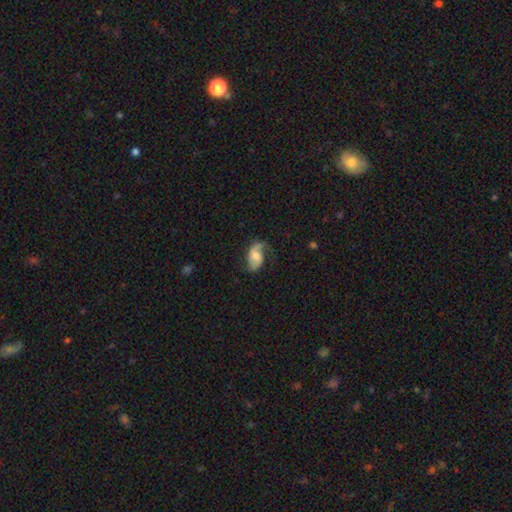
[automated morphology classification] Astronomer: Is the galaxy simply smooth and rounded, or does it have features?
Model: featured or disk — 68%.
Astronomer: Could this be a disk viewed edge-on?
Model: no — 96%.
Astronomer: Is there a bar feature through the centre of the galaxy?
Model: no — 51% (runner-up: weak, 37%).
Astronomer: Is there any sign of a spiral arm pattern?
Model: yes — 91%.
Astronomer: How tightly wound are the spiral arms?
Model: loose — 52% (runner-up: medium, 35%).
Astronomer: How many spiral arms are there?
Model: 2 — 66%.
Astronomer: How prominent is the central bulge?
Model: moderate — 55%.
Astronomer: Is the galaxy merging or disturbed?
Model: none — 52%.